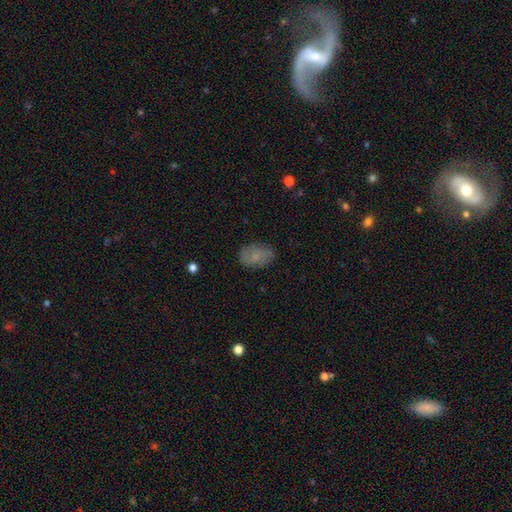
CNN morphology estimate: A smooth galaxy with no disk features (70%) that is in between round and cigar-shaped (83%).

Vote fractions:
- Smooth or featured? smooth: 70% / featured or disk: 21% / star or artifact: 9%
- How rounded? in between: 83% / round: 15% / cigar-shaped: 2%
- Merging? none: 77% / minor disturbance: 17% / major disturbance: 4% / merger: 1%